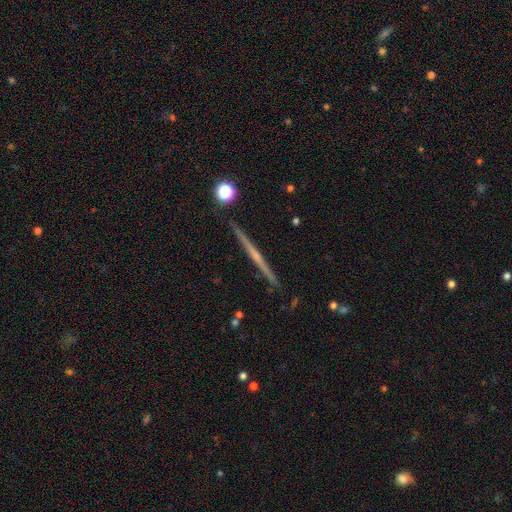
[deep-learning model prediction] This is likely a featured or disk galaxy (72%). It is clearly viewed edge-on (98%). Edge-on bulge: possibly none (53%). Merging: clearly none (92%).